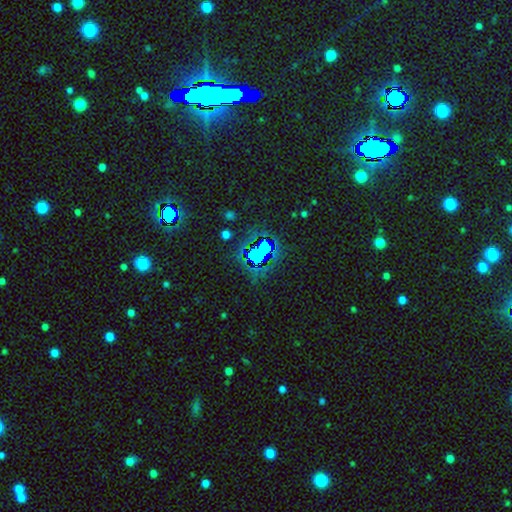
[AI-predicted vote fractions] Smooth or featured? star or artifact (66%)